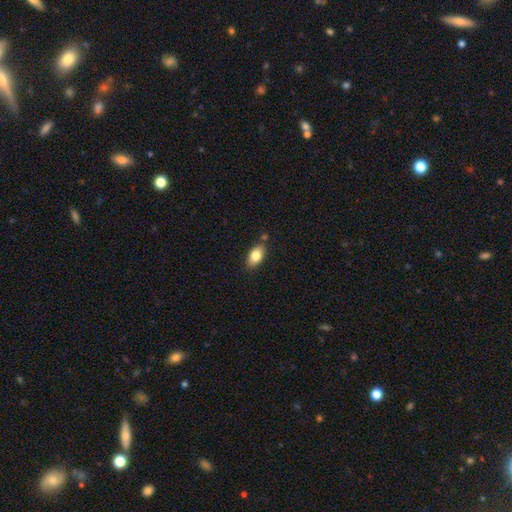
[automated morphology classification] smooth 81%, featured or disk 12%, star or artifact 7%. Down the decision tree: how rounded — in between (90%); merging — none (78%).